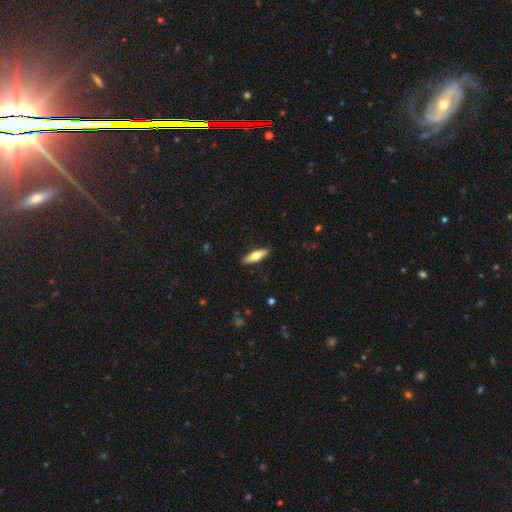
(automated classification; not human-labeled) Morphology: type=smooth (56%); roundness=cigar-shaped (63%); merging=none (90%).